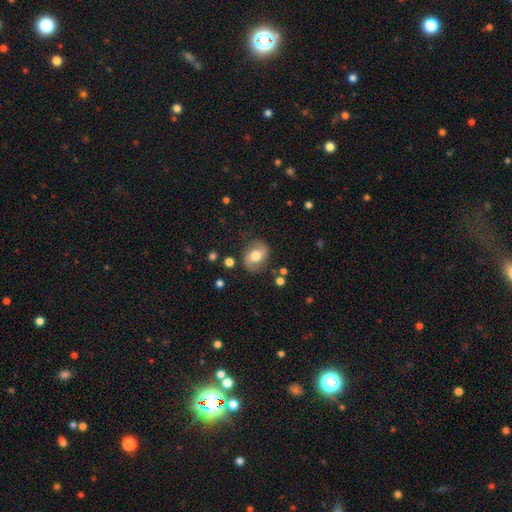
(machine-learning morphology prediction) Smooth or featured: featured or disk — 46% (tied with smooth — 46%)
Merging: none — 78% (minor disturbance — 14%)